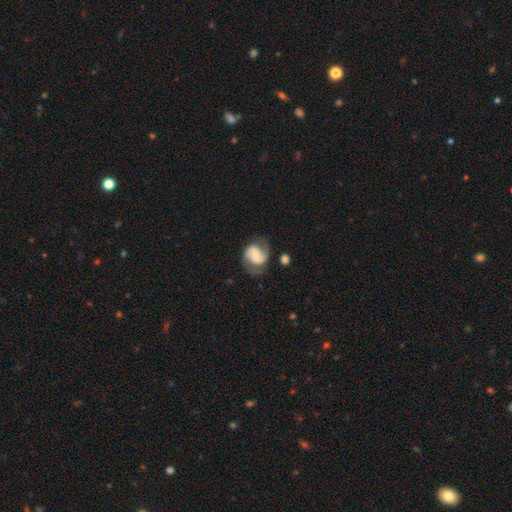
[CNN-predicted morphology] type=featured or disk (77%); edge-on=no (98%); bar=no (54%); spiral arms=yes (94%); winding=medium (49%); arm count=2 (86%); bulge=moderate (53%); merging=none (65%).